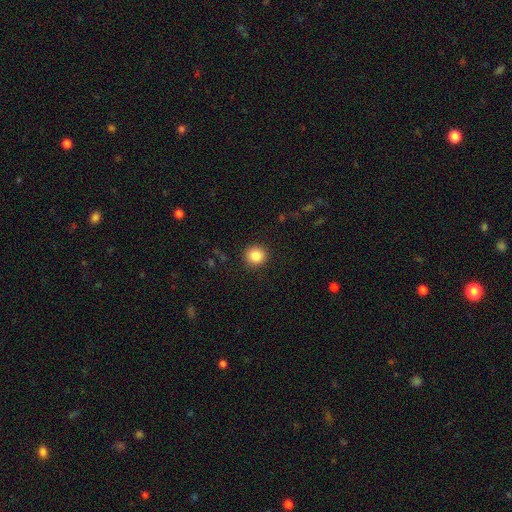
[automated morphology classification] Smooth or featured? smooth (86%)
How rounded? round (92%)
Merging? none (91%)